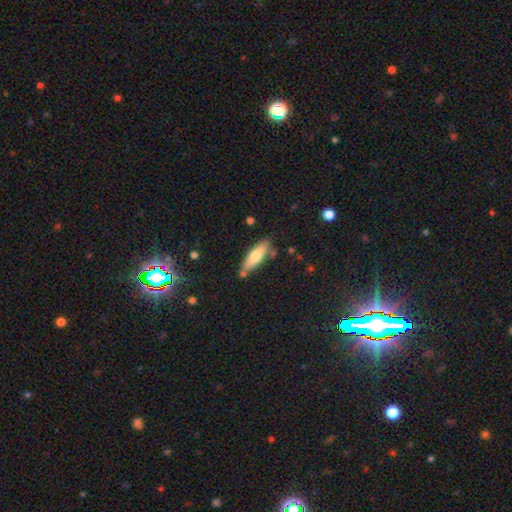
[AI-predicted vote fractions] A smooth galaxy with no disk features (71%) that is cigar-shaped (52%).

Vote fractions:
- Smooth or featured? smooth: 71% / featured or disk: 23% / star or artifact: 6%
- How rounded? cigar-shaped: 52% / in between: 46% / round: 2%
- Merging? none: 76% / minor disturbance: 14% / merger: 7% / major disturbance: 3%